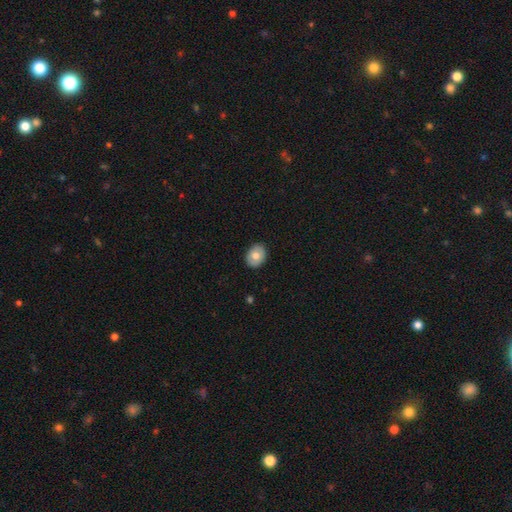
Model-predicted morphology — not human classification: The model was most divided on "how rounded": in between: 58%, round: 41%, cigar-shaped: 1%. More confident: merging — none (89%); smooth or featured — smooth (72%).